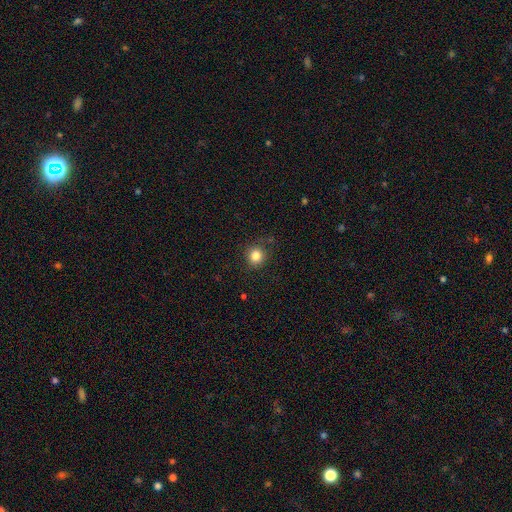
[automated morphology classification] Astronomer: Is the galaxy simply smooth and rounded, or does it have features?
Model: smooth — 83%.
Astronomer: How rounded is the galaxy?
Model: round — 92%.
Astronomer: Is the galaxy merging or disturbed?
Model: none — 88%.